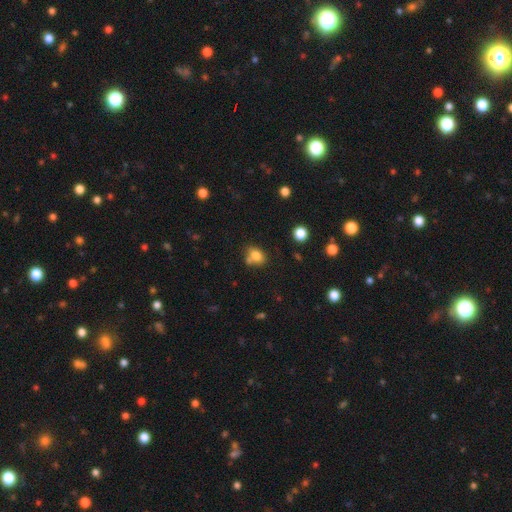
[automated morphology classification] Smooth or featured: smooth — 79% (star or artifact — 12%)
How rounded: in between — 56% (round — 43%)
Merging: none — 52% (merger — 26%)